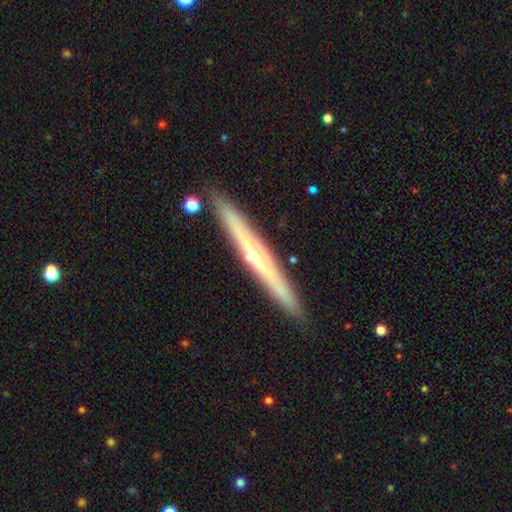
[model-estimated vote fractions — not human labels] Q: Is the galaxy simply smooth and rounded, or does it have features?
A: featured or disk — 66%.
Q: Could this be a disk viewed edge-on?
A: yes — 96%.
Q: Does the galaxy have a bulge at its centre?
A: rounded — 51%.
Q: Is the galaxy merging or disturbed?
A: none — 91%.